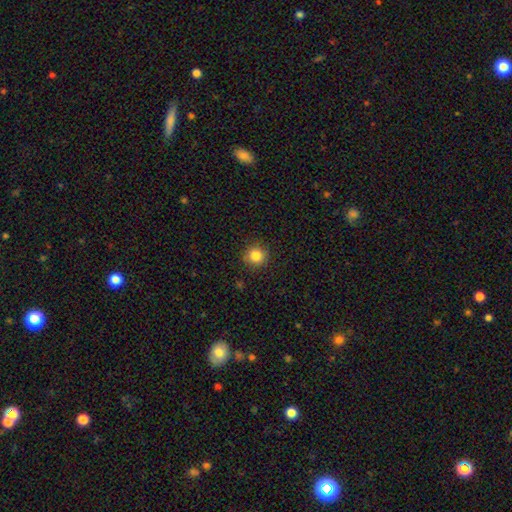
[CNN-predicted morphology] smooth-or-featured: smooth: 84% | star or artifact: 11% | featured or disk: 5%
  how-rounded: round: 93% | in between: 6% | cigar-shaped: 1%
  merging: none: 89% | minor disturbance: 8% | major disturbance: 2% | merger: 1%